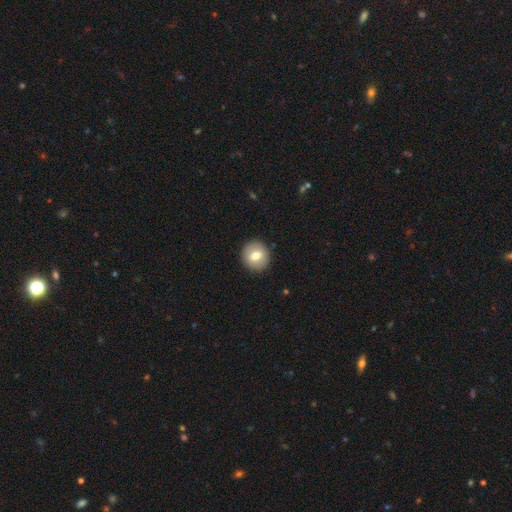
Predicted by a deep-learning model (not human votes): Smooth or featured?
  - smooth: 73% *
  - featured or disk: 19%
  - star or artifact: 8%
How rounded?
  - round: 87% *
  - in between: 12%
  - cigar-shaped: 1%
Merging?
  - none: 91% *
  - minor disturbance: 6%
  - major disturbance: 2%
  - merger: 1%